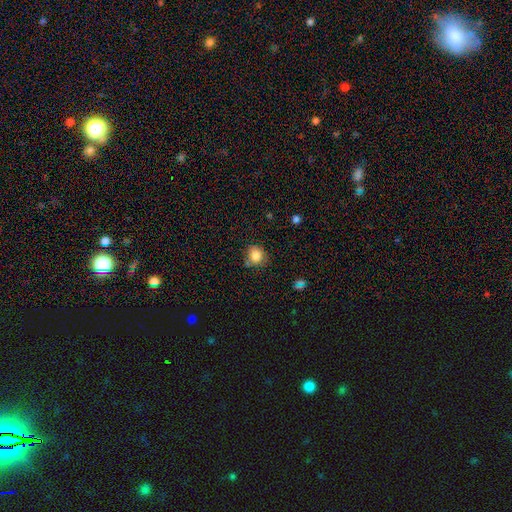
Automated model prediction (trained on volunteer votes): Smooth or featured? smooth (83%)
How rounded? round (73%)
Merging? none (70%)